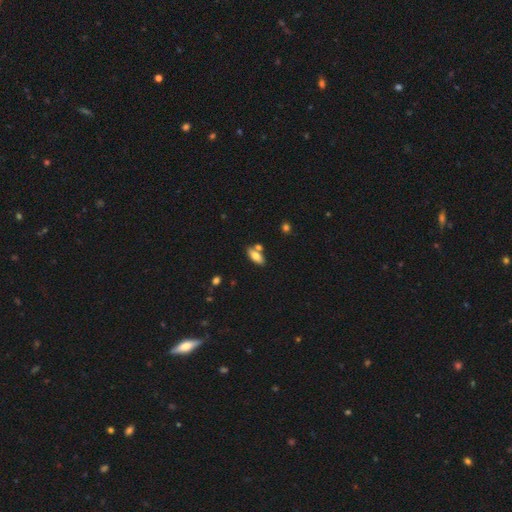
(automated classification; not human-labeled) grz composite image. It shows a smooth galaxy with no disk features (73%) that is in between round and cigar-shaped (83%). Merging: none (67%).